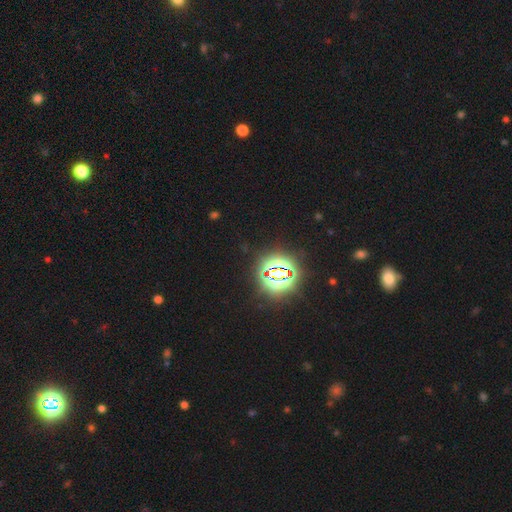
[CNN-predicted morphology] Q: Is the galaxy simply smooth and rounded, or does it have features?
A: star or artifact — 84%.